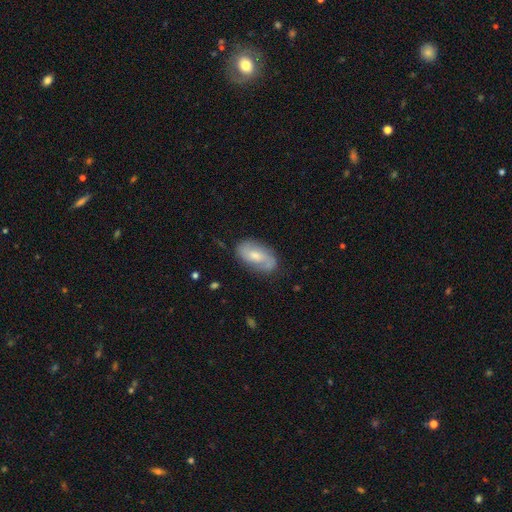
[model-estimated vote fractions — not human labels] Q: Smooth or featured?
A: featured or disk (56%); runner-up: smooth (37%)
Q: Edge-on disk?
A: no (94%); runner-up: yes (6%)
Q: Bar?
A: no (52%); runner-up: weak (40%)
Q: Spiral arms?
A: yes (83%); runner-up: no (17%)
Q: Bulge size?
A: moderate (51%); runner-up: small (40%)
Q: Merging?
A: none (71%); runner-up: minor disturbance (21%)